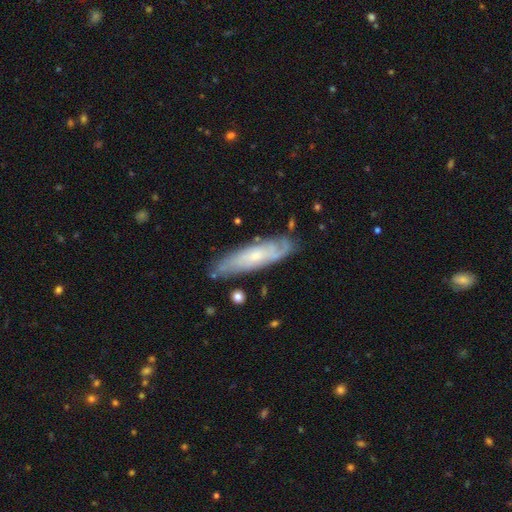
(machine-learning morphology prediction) Smooth or featured? Predicted: featured or disk (p=0.65). Edge-on disk? Predicted: no (p=0.70). Merging? Predicted: none (p=0.74).